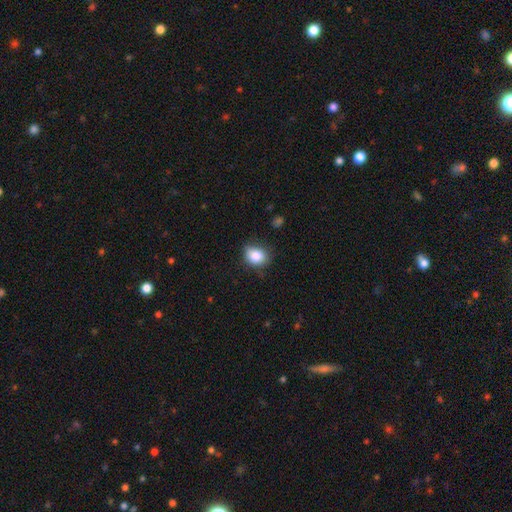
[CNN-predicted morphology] A smooth galaxy with no disk features (83%) that is round (53%). Merging: none (67%).